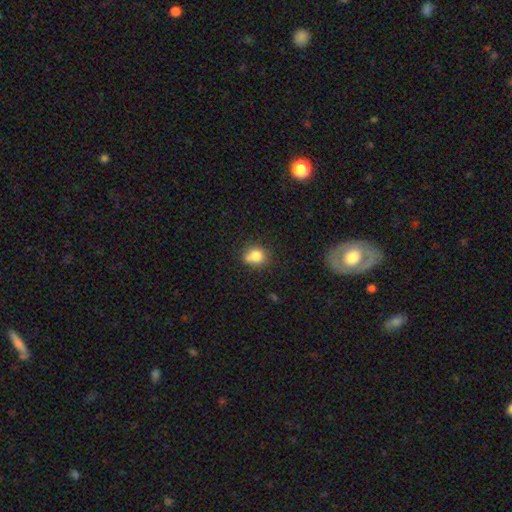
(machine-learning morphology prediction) Overall: smooth (78%). How rounded: round (74%). Merging: none (57%; merger 20%).